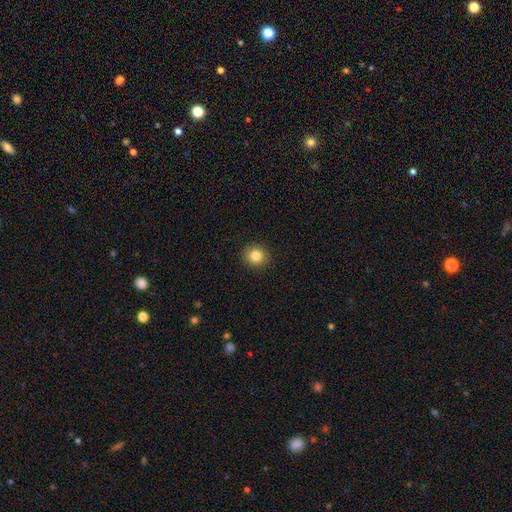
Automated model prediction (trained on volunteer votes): This appears to be a smooth galaxy with no disk features (83%) that is round (85%). Merging: none (91%).